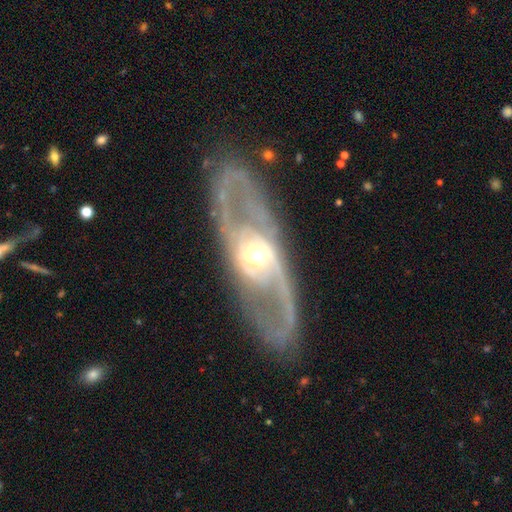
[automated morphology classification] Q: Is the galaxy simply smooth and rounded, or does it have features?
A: featured or disk — 88%.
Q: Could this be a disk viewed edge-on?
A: no — 88%.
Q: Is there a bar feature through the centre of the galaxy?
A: no — 55%.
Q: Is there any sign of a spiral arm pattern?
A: yes — 88%.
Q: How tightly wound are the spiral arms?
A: medium — 49%.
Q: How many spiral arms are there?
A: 2 — 87%.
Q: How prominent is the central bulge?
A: moderate — 60%.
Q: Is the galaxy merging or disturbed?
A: none — 83%.